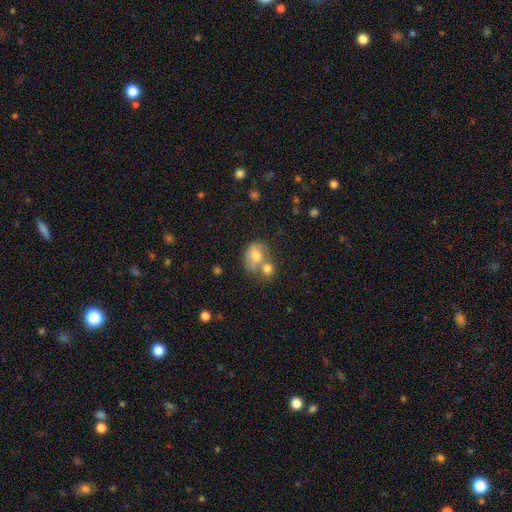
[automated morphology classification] smooth 63%, featured or disk 28%, star or artifact 9%. Down the decision tree: how rounded — in between (56%); merging — merger (54%).